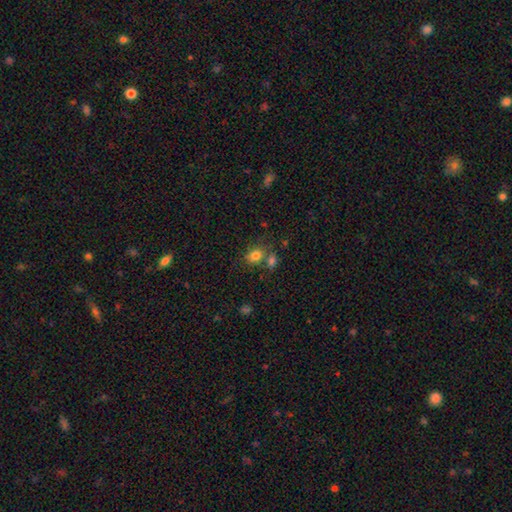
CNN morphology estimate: smooth 80%, star or artifact 12%, featured or disk 8%. Down the decision tree: how rounded — round (52%); merging — none (54%).